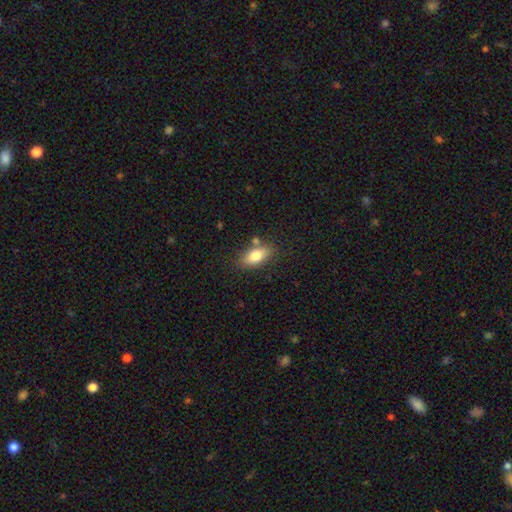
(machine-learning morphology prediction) Smooth or featured: smooth — 80% (featured or disk — 13%)
How rounded: in between — 87% (cigar-shaped — 9%)
Merging: none — 74% (minor disturbance — 14%)